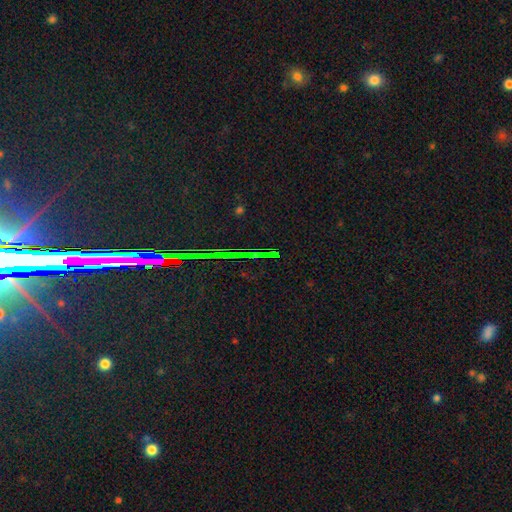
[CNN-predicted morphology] The model was most divided on "smooth or featured": star or artifact: 83%, featured or disk: 9%, smooth: 8%.